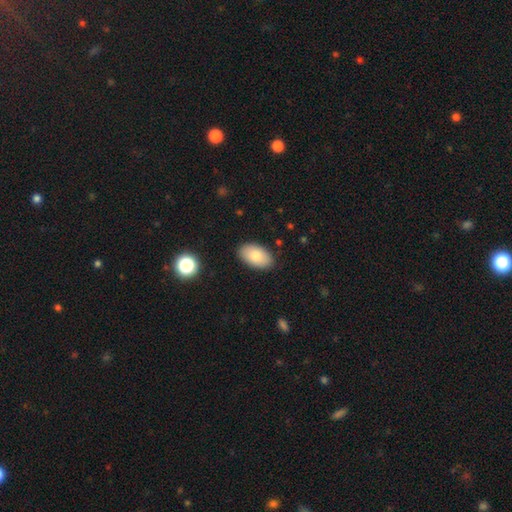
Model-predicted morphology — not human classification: A smooth galaxy with no disk features (80%) that is in between round and cigar-shaped (94%).

Vote fractions:
- Smooth or featured? smooth: 80% / featured or disk: 13% / star or artifact: 7%
- How rounded? in between: 94% / round: 5% / cigar-shaped: 1%
- Merging? none: 87% / minor disturbance: 10% / major disturbance: 2% / merger: 1%